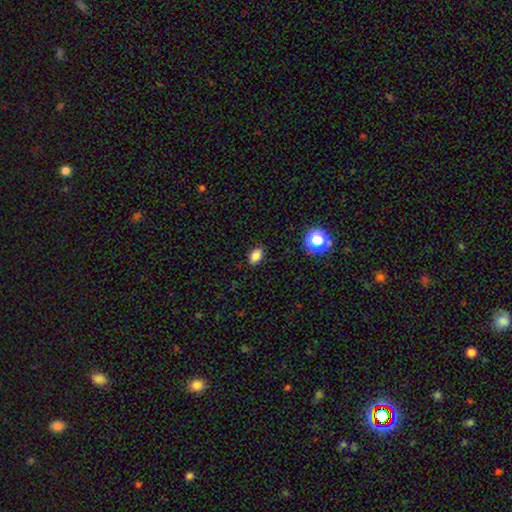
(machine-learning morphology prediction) smooth_or_featured: smooth (p=0.81) [alt: star or artifact p=0.14]
how_rounded: in between (p=0.86) [alt: round p=0.12]
merging: none (p=0.86) [alt: minor disturbance p=0.11]